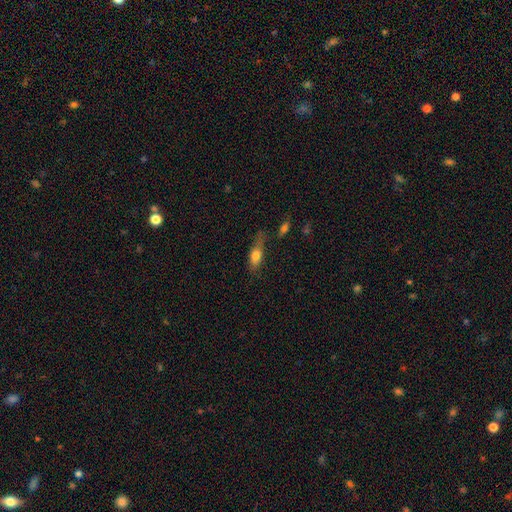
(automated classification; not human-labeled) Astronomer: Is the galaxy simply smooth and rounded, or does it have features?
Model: smooth — 73%.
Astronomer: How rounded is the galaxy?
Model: in between — 67%.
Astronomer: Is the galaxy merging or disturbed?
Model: none — 46% (runner-up: minor disturbance, 27%).